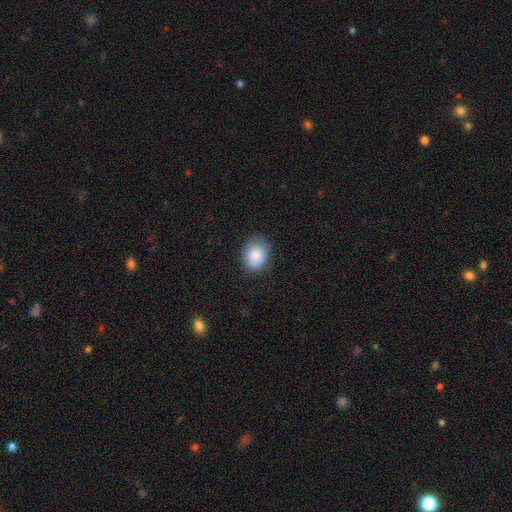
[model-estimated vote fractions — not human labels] The model was most divided on "how rounded": in between: 60%, round: 39%, cigar-shaped: 1%. More confident: smooth or featured — smooth (85%); merging — none (77%).